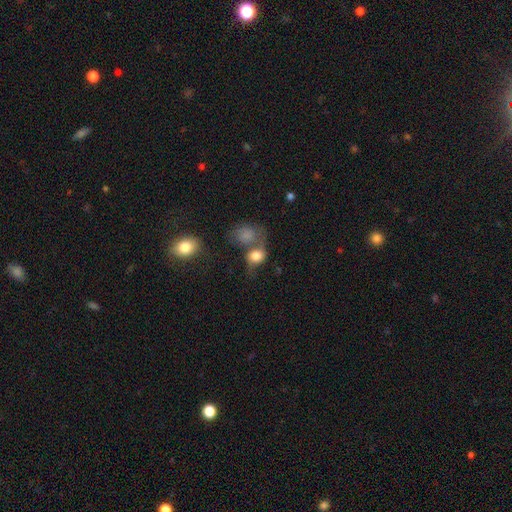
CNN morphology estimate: A smooth galaxy with no disk features (67%) that is round (59%). Merging: merger (42%).